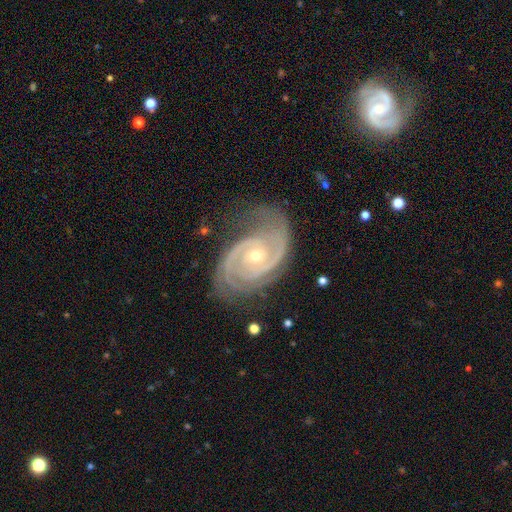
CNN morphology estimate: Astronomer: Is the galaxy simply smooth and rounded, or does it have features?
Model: featured or disk — 93%.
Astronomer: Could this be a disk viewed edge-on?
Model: no — 97%.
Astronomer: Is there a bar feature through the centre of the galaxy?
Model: no — 63%.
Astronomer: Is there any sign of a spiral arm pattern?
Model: yes — 98%.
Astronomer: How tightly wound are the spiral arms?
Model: tight — 63%.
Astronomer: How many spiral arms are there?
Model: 2 — 69%.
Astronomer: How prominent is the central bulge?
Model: small — 52% (runner-up: moderate, 45%).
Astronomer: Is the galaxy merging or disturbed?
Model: none — 71%.